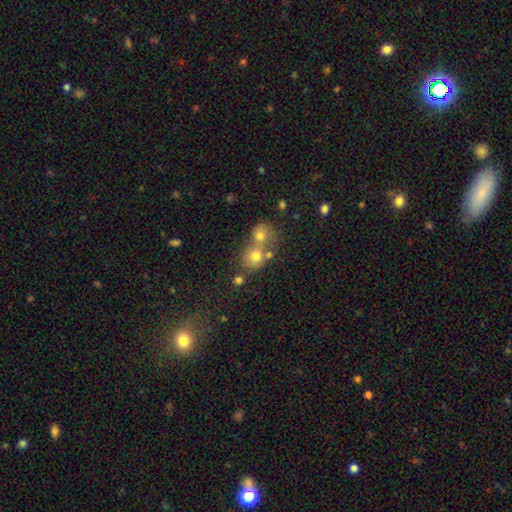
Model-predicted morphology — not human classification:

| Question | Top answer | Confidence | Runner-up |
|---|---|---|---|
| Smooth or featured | smooth | 70% | featured or disk (16%) |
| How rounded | round | 74% | in between (25%) |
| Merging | merger | 57% | none (33%) |